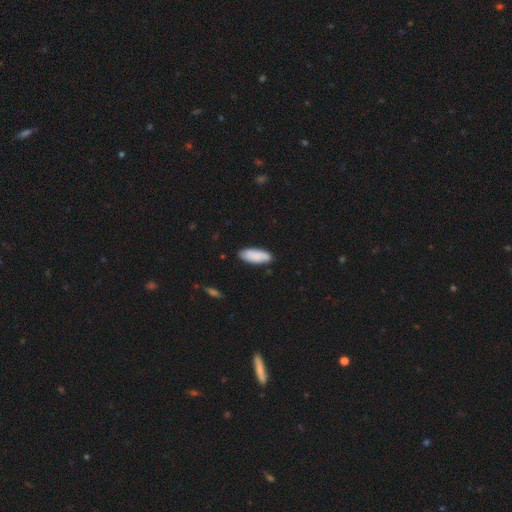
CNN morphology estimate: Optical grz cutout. It shows a smooth galaxy with no disk features (86%) that is in between round and cigar-shaped (76%). Merging: none (83%).